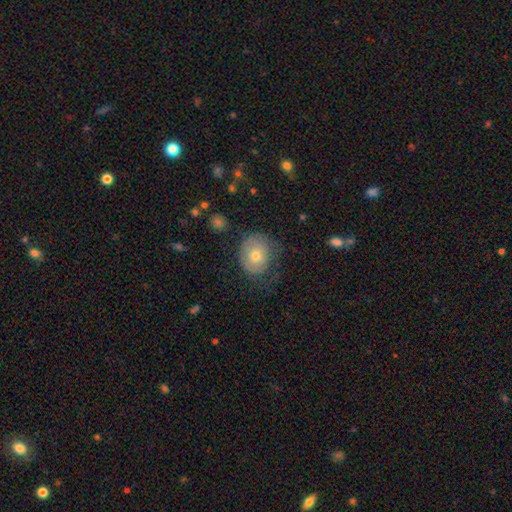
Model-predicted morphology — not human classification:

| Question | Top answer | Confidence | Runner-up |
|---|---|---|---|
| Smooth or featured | smooth | 66% | featured or disk (26%) |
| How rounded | round | 53% | in between (47%) |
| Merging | none | 58% | minor disturbance (26%) |